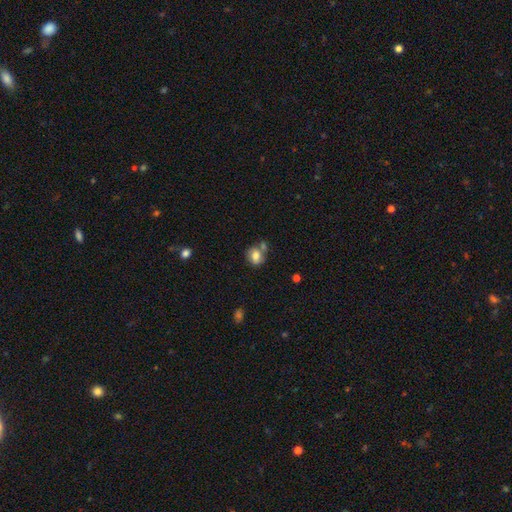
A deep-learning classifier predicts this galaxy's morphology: Smooth or featured? Predicted: smooth (p=0.78). How rounded? Predicted: round (p=0.59). Merging? Predicted: none (p=0.51).